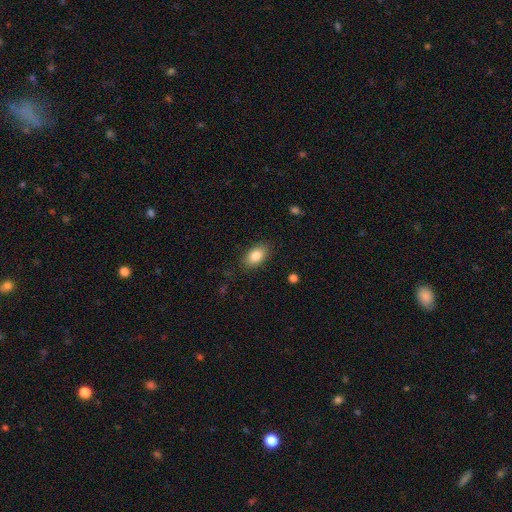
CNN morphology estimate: Overall: smooth (85%). How rounded: in between (89%). Merging: none (85%).